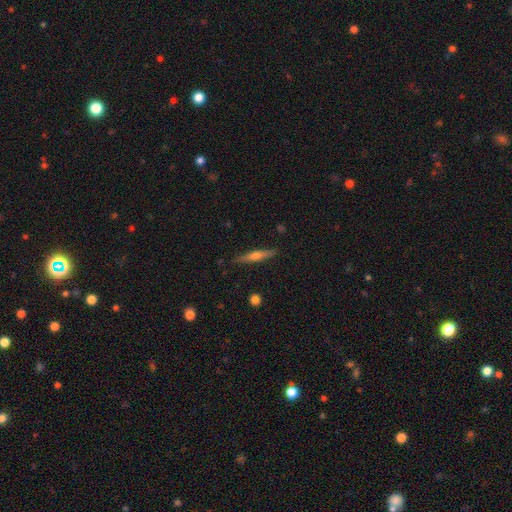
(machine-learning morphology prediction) type=featured or disk (62%); edge-on=yes (97%); edge-on bulge=rounded (85%); merging=none (89%).